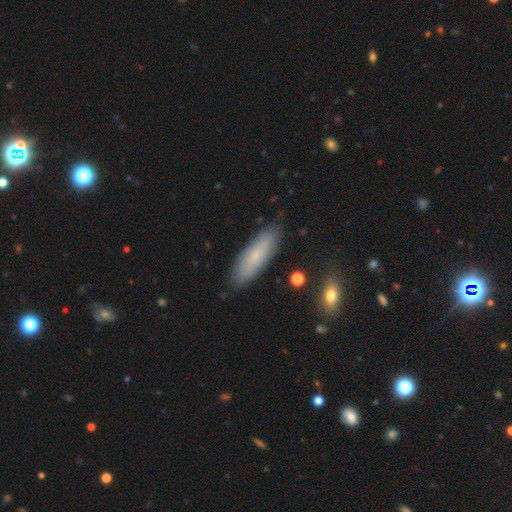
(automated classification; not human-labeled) Overall: smooth (71%). How rounded: cigar-shaped (53%; in between 45%). Merging: none (86%).